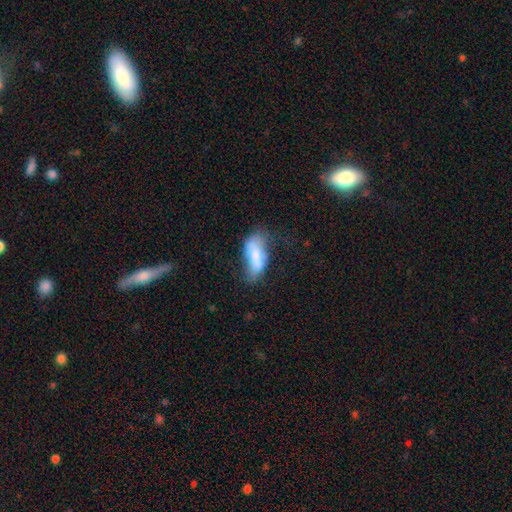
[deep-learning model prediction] The model was most divided on "merging": none: 34%, minor disturbance: 28%, merger: 19%, major disturbance: 19%. More confident: how rounded — in between (83%); smooth or featured — smooth (58%).